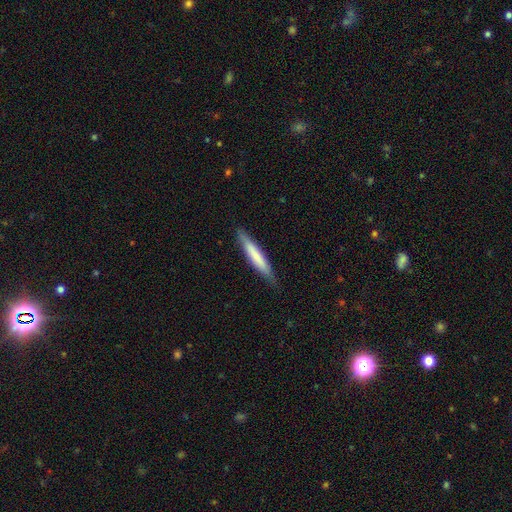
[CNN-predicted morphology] A smooth galaxy with no disk features (68%) that is cigar-shaped (93%). Merging: none (85%).